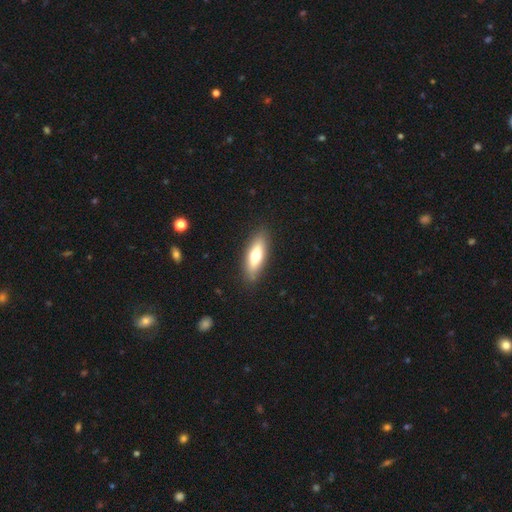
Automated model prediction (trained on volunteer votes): smooth 63%, featured or disk 31%, star or artifact 6%. Down the decision tree: how rounded — in between (53%); merging — none (87%).